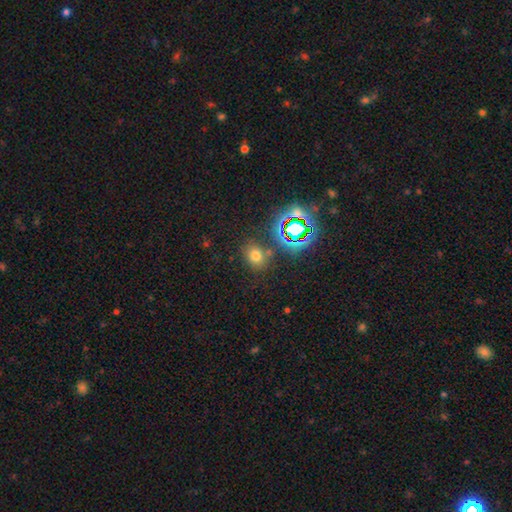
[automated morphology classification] This is likely a smooth galaxy (65%). How rounded: possibly round (56%). Merging: likely none (77%).